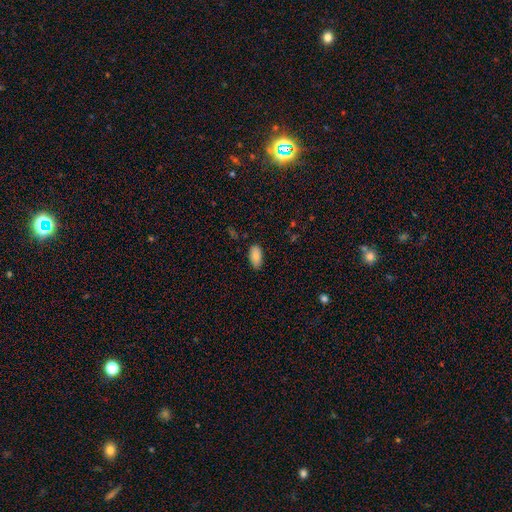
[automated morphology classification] Smooth or featured? Predicted: smooth (p=0.84). How rounded? Predicted: in between (p=0.94). Merging? Predicted: none (p=0.80).